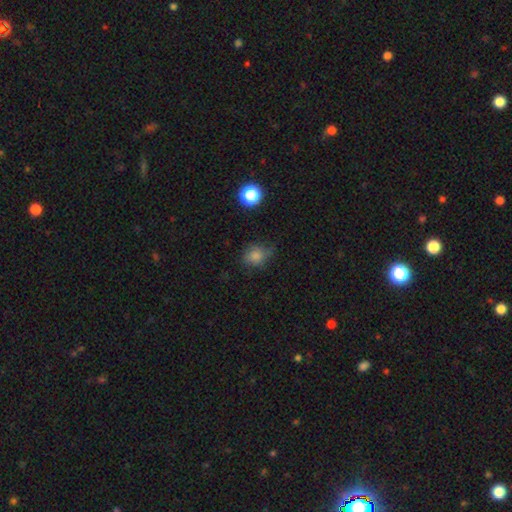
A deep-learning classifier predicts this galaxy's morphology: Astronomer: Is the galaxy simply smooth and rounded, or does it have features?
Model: smooth — 77%.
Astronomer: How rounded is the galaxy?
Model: round — 65%.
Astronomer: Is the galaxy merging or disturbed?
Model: none — 61%.